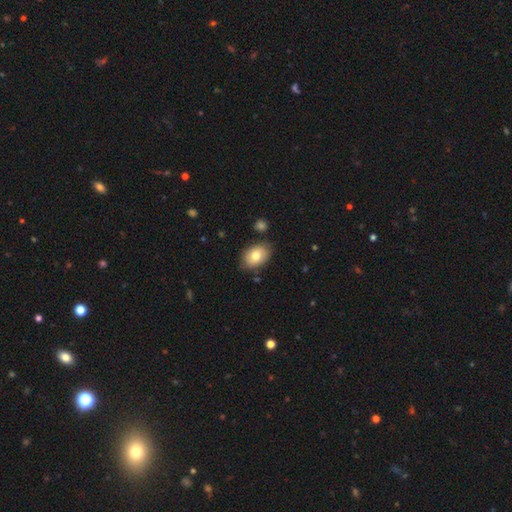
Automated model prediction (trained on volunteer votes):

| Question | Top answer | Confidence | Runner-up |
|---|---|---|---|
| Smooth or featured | smooth | 77% | featured or disk (15%) |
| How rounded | in between | 84% | round (15%) |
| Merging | none | 79% | minor disturbance (15%) |